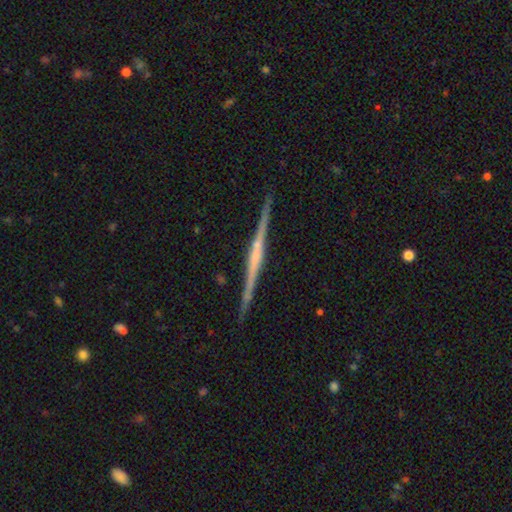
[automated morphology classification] Q: Smooth or featured?
A: featured or disk (82%); runner-up: smooth (12%)
Q: Edge-on disk?
A: yes (99%); runner-up: no (1%)
Q: Edge-on bulge?
A: rounded (46%); runner-up: none (35%)
Q: Merging?
A: none (91%); runner-up: minor disturbance (7%)